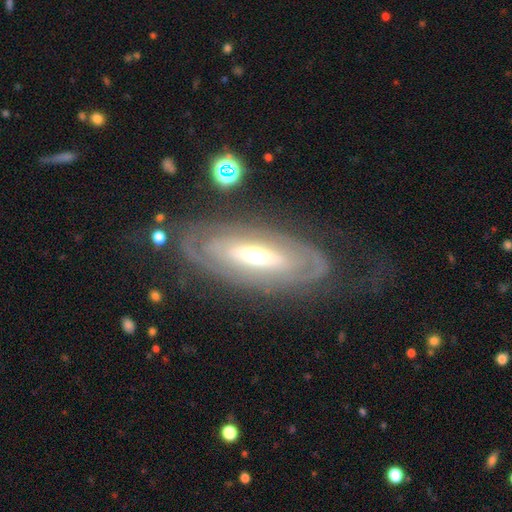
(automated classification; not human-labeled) A featured or disk galaxy (81%) with no bar (38%), tight (70%) spiral arms (75%) and a moderate central bulge (61%). Merging: none (72%).